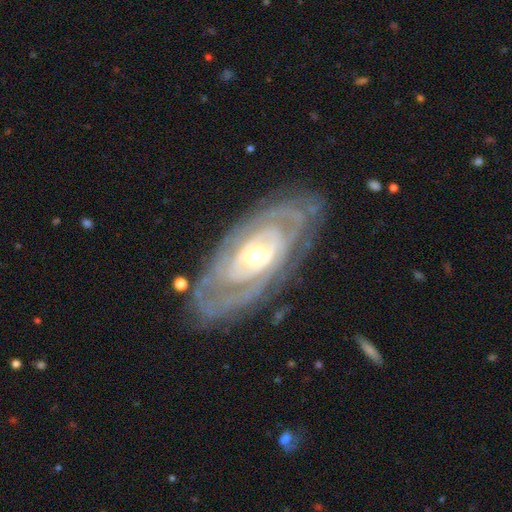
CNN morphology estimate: smooth_or_featured: featured or disk (p=0.85) [alt: smooth p=0.10]
disk_edge_on: no (p=0.91) [alt: yes p=0.09]
bar: no (p=0.66) [alt: weak p=0.23]
has_spiral_arms: yes (p=0.81) [alt: no p=0.19]
spiral_winding: tight (p=0.77) [alt: medium p=0.17]
spiral_arm_count: can't tell (p=0.49) [alt: 2 p=0.24]
bulge_size: moderate (p=0.53) [alt: small p=0.40]
merging: none (p=0.80) [alt: minor disturbance p=0.13]